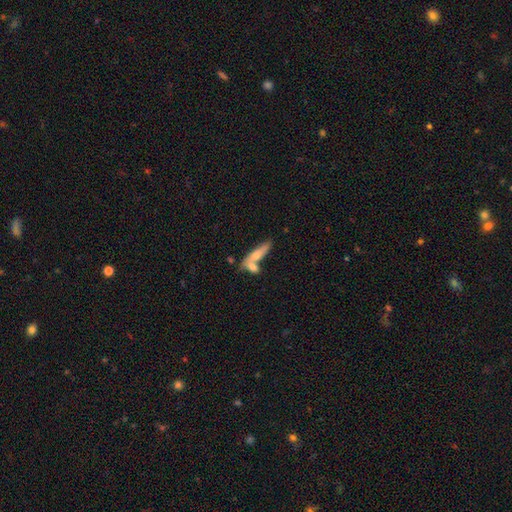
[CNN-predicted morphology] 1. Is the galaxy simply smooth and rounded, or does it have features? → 63% smooth, 30% featured or disk, 7% star or artifact.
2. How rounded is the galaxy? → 61% cigar-shaped, 35% in between, 3% round.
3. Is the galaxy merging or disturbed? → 45% merger, 38% none, 12% minor disturbance, 5% major disturbance.